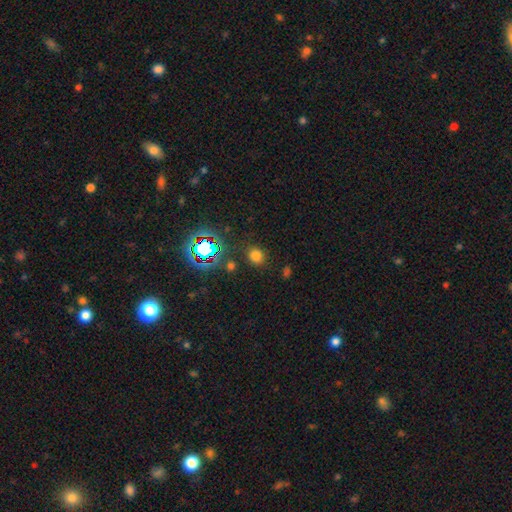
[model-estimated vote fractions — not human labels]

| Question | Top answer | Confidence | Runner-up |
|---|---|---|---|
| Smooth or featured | smooth | 71% | star or artifact (23%) |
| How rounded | round | 76% | in between (22%) |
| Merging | none | 85% | minor disturbance (8%) |